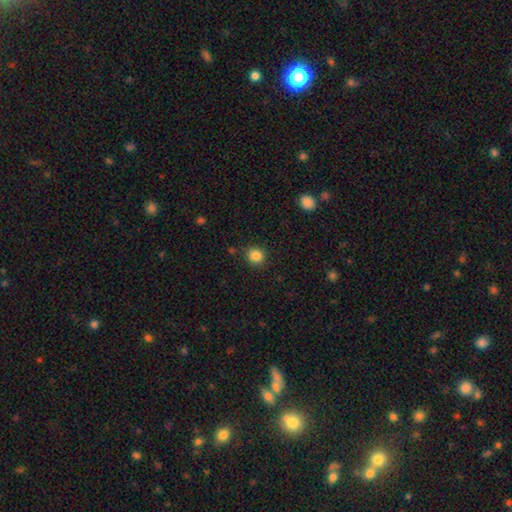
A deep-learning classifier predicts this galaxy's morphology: This is clearly a smooth galaxy (86%). How rounded: clearly round (87%). Merging: clearly none (88%).